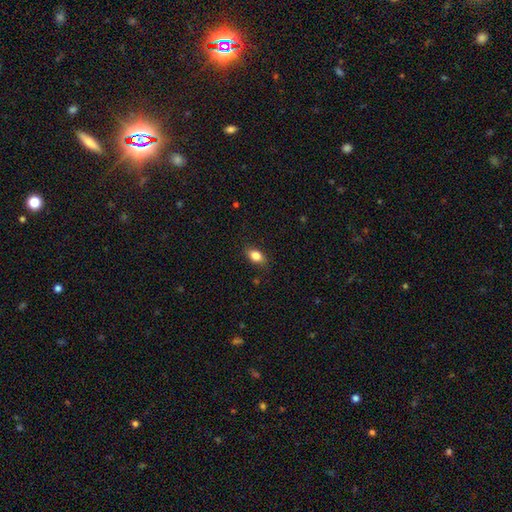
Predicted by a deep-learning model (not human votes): smooth_or_featured: smooth (p=0.82) [alt: featured or disk p=0.09]
how_rounded: in between (p=0.84) [alt: round p=0.11]
merging: none (p=0.84) [alt: minor disturbance p=0.12]